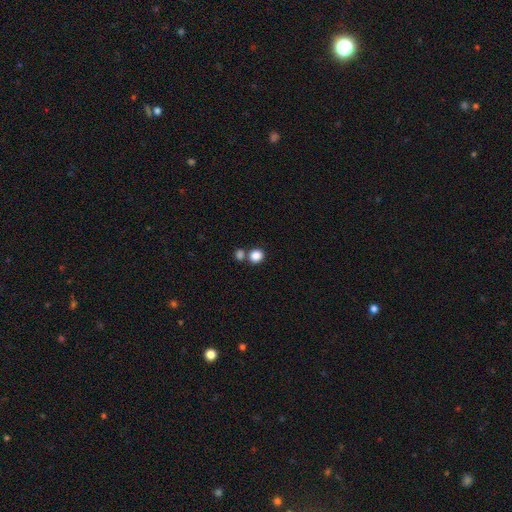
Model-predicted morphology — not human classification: type=smooth (86%); roundness=round (78%); merging=none (61%).